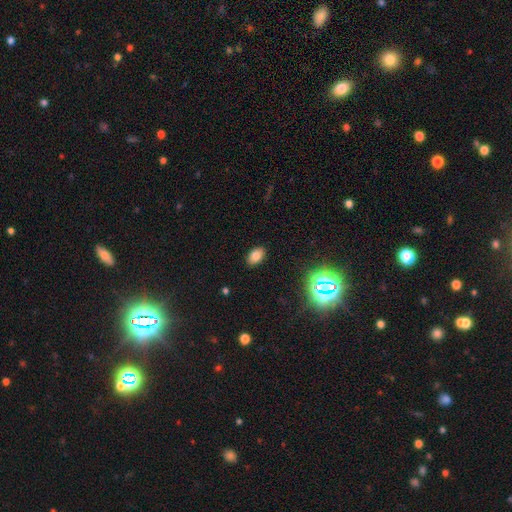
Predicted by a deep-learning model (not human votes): The model was most divided on "smooth or featured": smooth: 78%, star or artifact: 14%, featured or disk: 8%. More confident: how rounded — in between (89%); merging — none (89%).